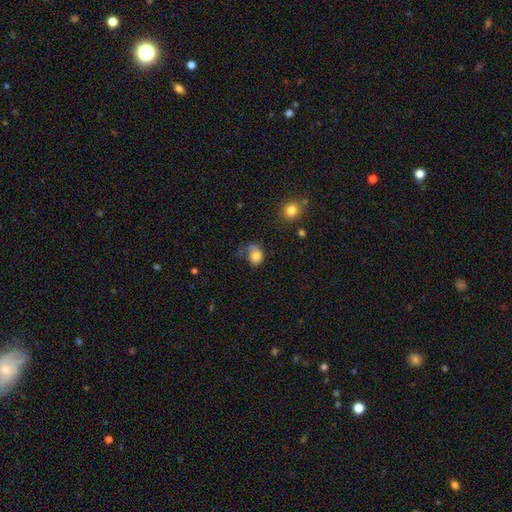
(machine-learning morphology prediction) A smooth galaxy with no disk features (78%) that is in between round and cigar-shaped (60%).

Vote fractions:
- Smooth or featured? smooth: 78% / featured or disk: 12% / star or artifact: 10%
- How rounded? in between: 60% / round: 39% / cigar-shaped: 1%
- Merging? none: 38% / minor disturbance: 31% / major disturbance: 19% / merger: 12%